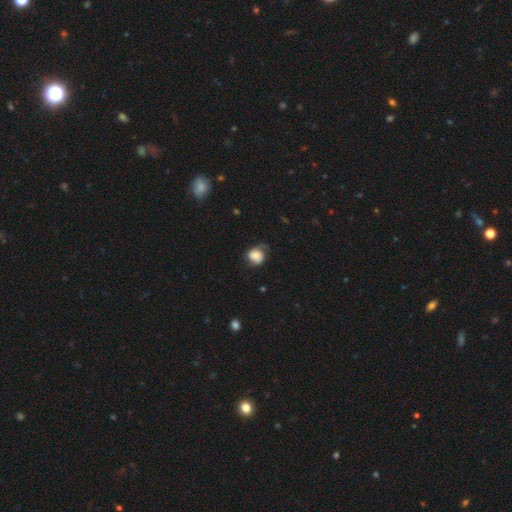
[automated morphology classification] smooth_or_featured: smooth (p=0.48) [alt: featured or disk p=0.44]
merging: none (p=0.50) [alt: minor disturbance p=0.30]